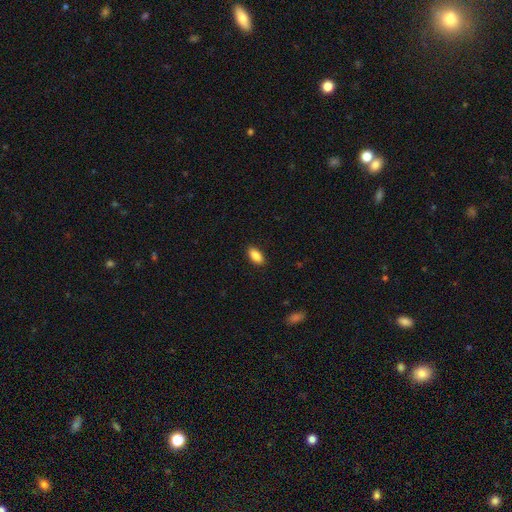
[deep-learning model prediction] Smooth or featured: smooth — 89% (star or artifact — 7%)
How rounded: in between — 92% (cigar-shaped — 5%)
Merging: none — 89% (minor disturbance — 8%)